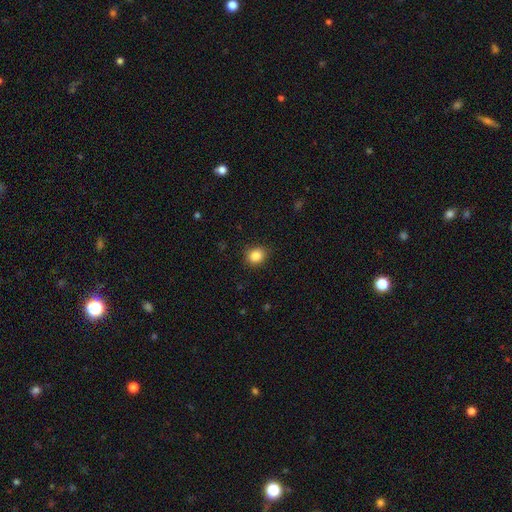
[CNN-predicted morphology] Smooth or featured? Predicted: smooth (p=0.86). How rounded? Predicted: round (p=0.71). Merging? Predicted: none (p=0.87).